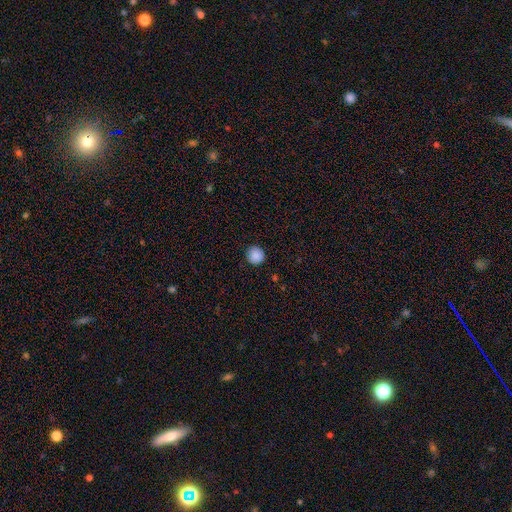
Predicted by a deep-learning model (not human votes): Smooth or featured: smooth — 88% (star or artifact — 9%)
How rounded: round — 94% (in between — 5%)
Merging: none — 90% (minor disturbance — 7%)